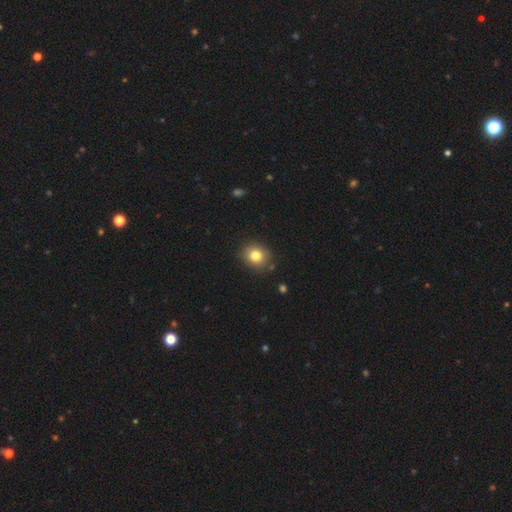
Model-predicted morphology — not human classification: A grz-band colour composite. It shows a smooth galaxy with no disk features (81%) that is round (70%). Merging: none (87%).